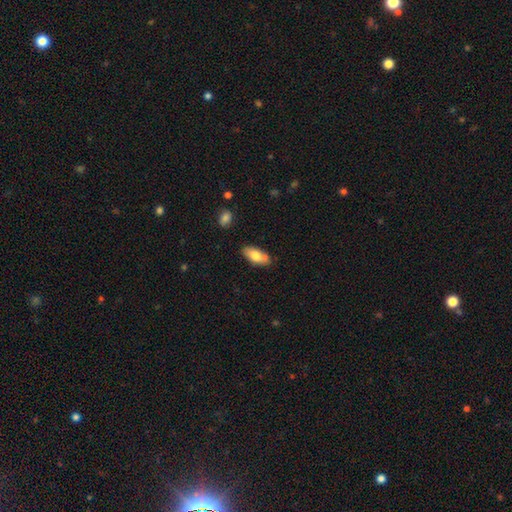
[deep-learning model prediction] Smooth or featured?
  - smooth: 75% *
  - featured or disk: 18%
  - star or artifact: 6%
How rounded?
  - in between: 88% *
  - cigar-shaped: 9%
  - round: 3%
Merging?
  - none: 71% *
  - minor disturbance: 17%
  - merger: 9%
  - major disturbance: 3%